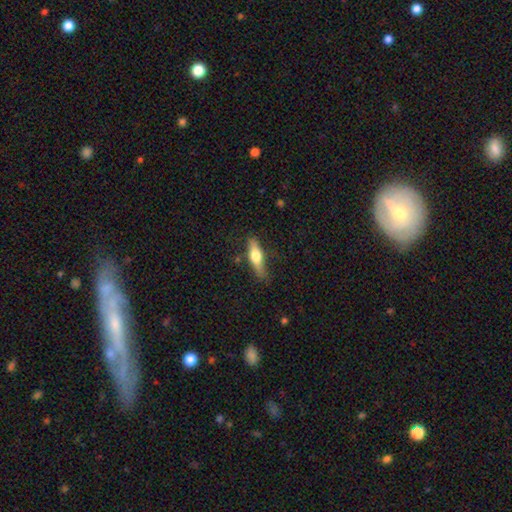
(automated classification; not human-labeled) smooth_or_featured: smooth (p=0.49) [alt: featured or disk p=0.45]
merging: none (p=0.74) [alt: minor disturbance p=0.18]